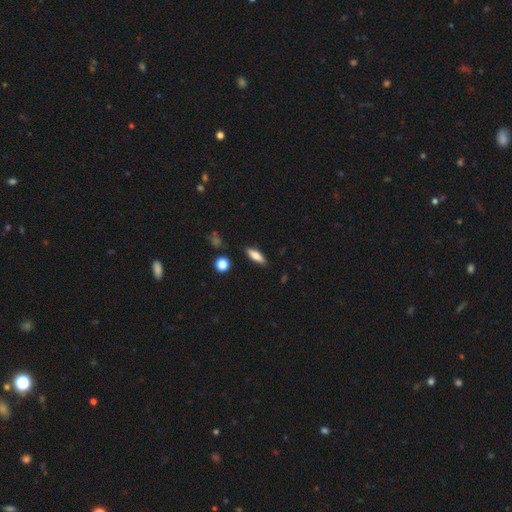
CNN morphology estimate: This appears to be a smooth galaxy with no disk features (76%) that is in between round and cigar-shaped (52%). Merging: none (86%).